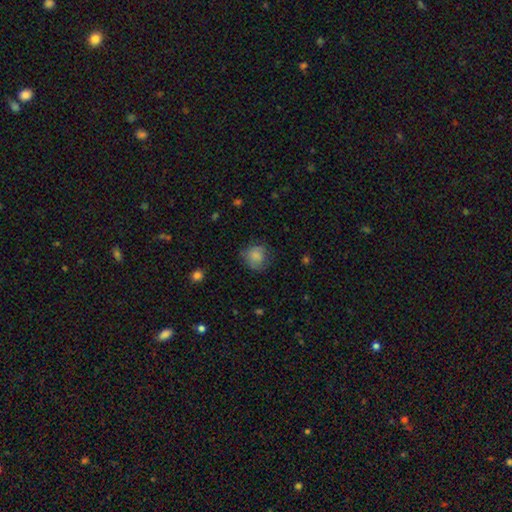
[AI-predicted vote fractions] The model was most divided on "merging": none: 67%, minor disturbance: 23%, major disturbance: 9%, merger: 1%. More confident: smooth or featured — smooth (81%); how rounded — round (80%).